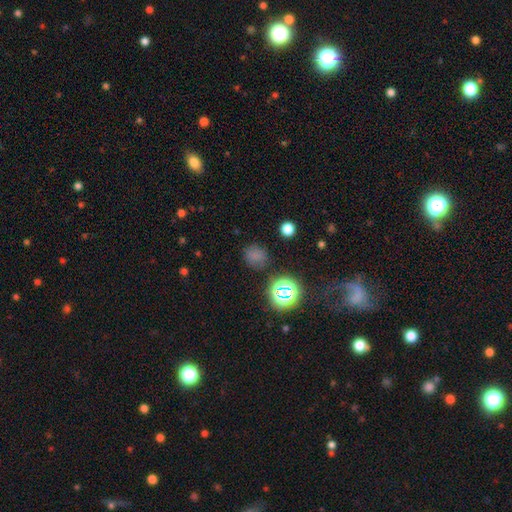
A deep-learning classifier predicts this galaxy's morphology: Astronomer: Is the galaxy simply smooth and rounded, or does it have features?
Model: smooth — 67%.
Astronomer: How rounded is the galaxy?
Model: round — 78%.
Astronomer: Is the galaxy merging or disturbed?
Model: none — 80%.